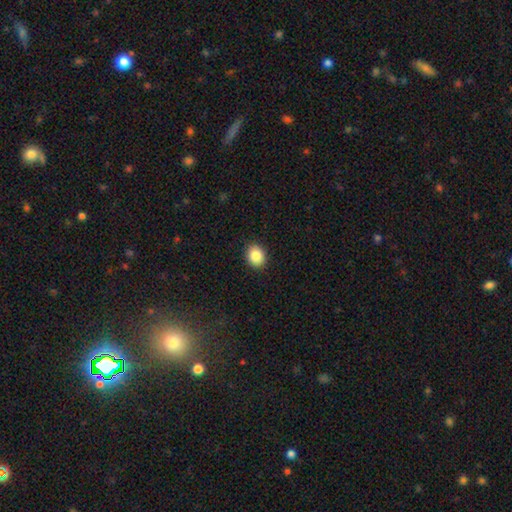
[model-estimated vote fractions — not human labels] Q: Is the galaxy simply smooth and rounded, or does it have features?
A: smooth — 86%.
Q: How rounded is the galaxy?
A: round — 64%.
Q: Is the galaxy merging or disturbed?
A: none — 91%.